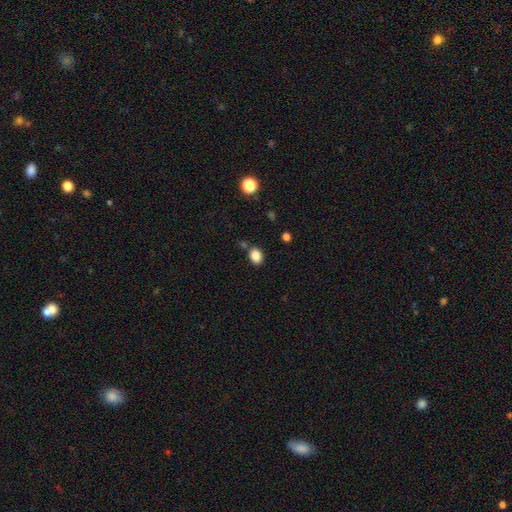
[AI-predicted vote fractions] Overall: smooth (86%). How rounded: in between (68%; round 31%). Merging: none (78%).